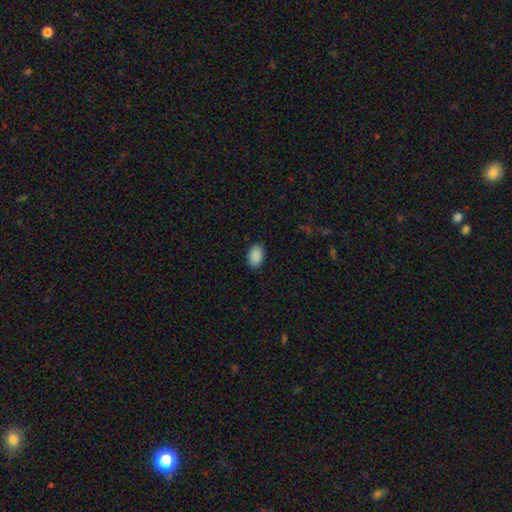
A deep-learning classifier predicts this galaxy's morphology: This appears to be a smooth galaxy with no disk features (90%) that is in between round and cigar-shaped (90%). Merging: none (88%).